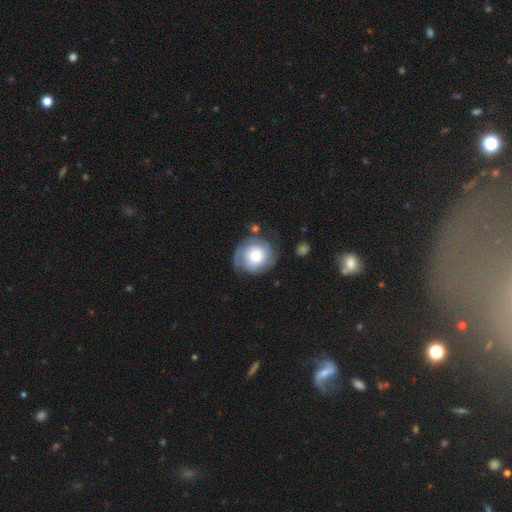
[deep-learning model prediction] Morphology: type=featured or disk (49%); merging=none (65%).